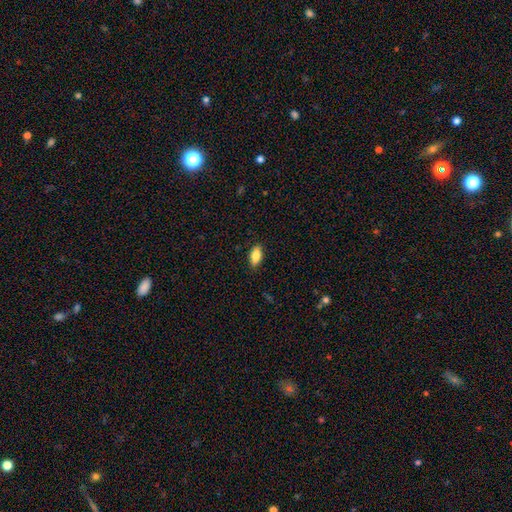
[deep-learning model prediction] A smooth galaxy with no disk features (84%) that is in between round and cigar-shaped (87%).

Vote fractions:
- Smooth or featured? smooth: 84% / featured or disk: 9% / star or artifact: 7%
- How rounded? in between: 87% / cigar-shaped: 11% / round: 3%
- Merging? none: 88% / minor disturbance: 9% / major disturbance: 2% / merger: 1%